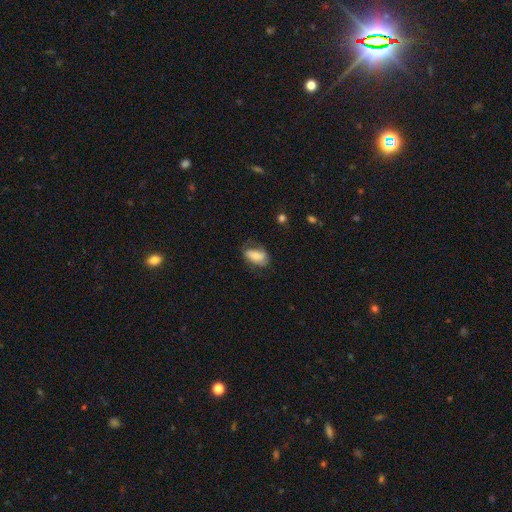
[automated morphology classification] smooth_or_featured: smooth (p=0.63) [alt: featured or disk p=0.29]
how_rounded: in between (p=0.90) [alt: round p=0.07]
merging: none (p=0.58) [alt: minor disturbance p=0.28]